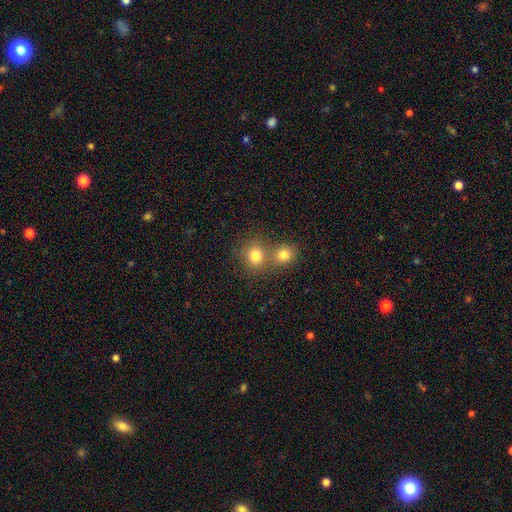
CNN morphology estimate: Smooth or featured?
  - smooth: 79% *
  - star or artifact: 13%
  - featured or disk: 9%
How rounded?
  - round: 82% *
  - in between: 17%
  - cigar-shaped: 1%
Merging?
  - none: 47% *
  - merger: 44%
  - minor disturbance: 7%
  - major disturbance: 3%